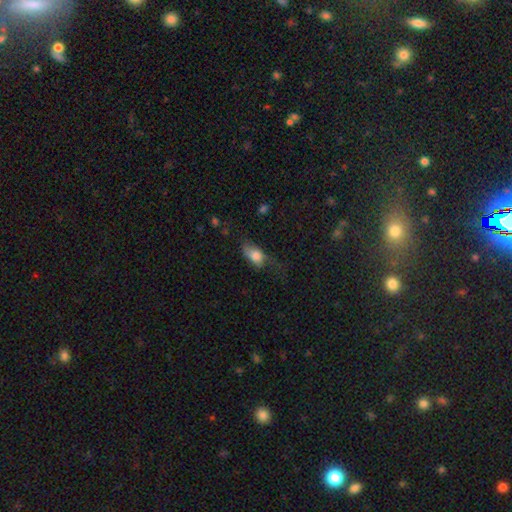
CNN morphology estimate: Smooth or featured?
  - smooth: 77% *
  - featured or disk: 15%
  - star or artifact: 8%
How rounded?
  - in between: 84% *
  - round: 9%
  - cigar-shaped: 7%
Merging?
  - none: 36% *
  - minor disturbance: 31%
  - major disturbance: 31%
  - merger: 2%